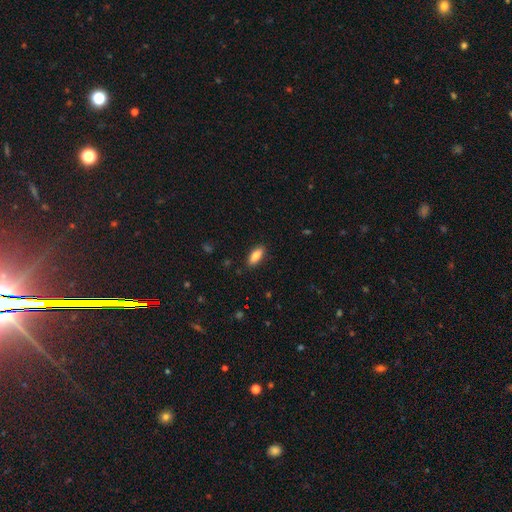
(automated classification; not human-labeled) Smooth or featured?
  - smooth: 86% *
  - featured or disk: 7%
  - star or artifact: 7%
How rounded?
  - in between: 80% *
  - cigar-shaped: 18%
  - round: 2%
Merging?
  - none: 88% *
  - minor disturbance: 9%
  - major disturbance: 2%
  - merger: 1%